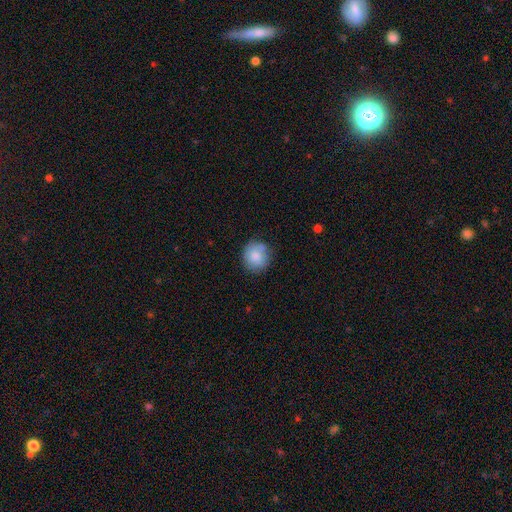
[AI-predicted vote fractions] Smooth or featured: smooth — 81% (featured or disk — 12%)
How rounded: round — 84% (in between — 15%)
Merging: none — 74% (minor disturbance — 18%)